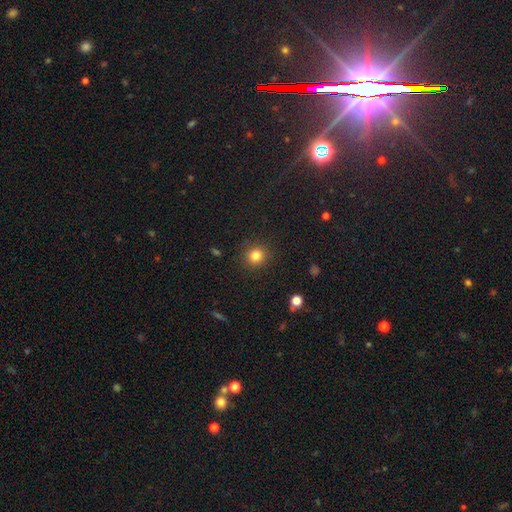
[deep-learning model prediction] Q: Smooth or featured?
A: smooth (82%); runner-up: star or artifact (12%)
Q: How rounded?
A: round (90%); runner-up: in between (9%)
Q: Merging?
A: none (90%); runner-up: minor disturbance (6%)